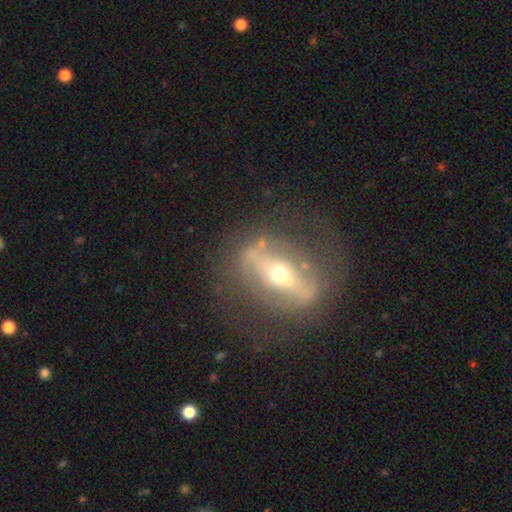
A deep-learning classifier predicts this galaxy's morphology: This is likely a featured or disk galaxy (74%). It is clearly not viewed edge-on (81%). Bar: possibly strong (58%). Spiral arm pattern: likely no (63%). Central bulge: likely moderate (61%). Merging: likely none (66%).